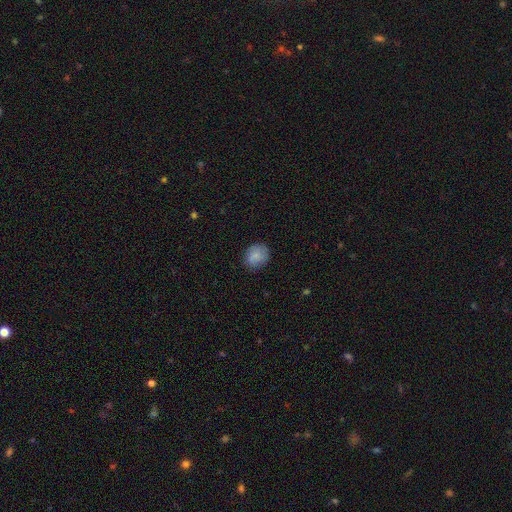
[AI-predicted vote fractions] The model was most divided on "how rounded": round: 62%, in between: 37%, cigar-shaped: 1%. More confident: smooth or featured — smooth (83%); merging — none (79%).